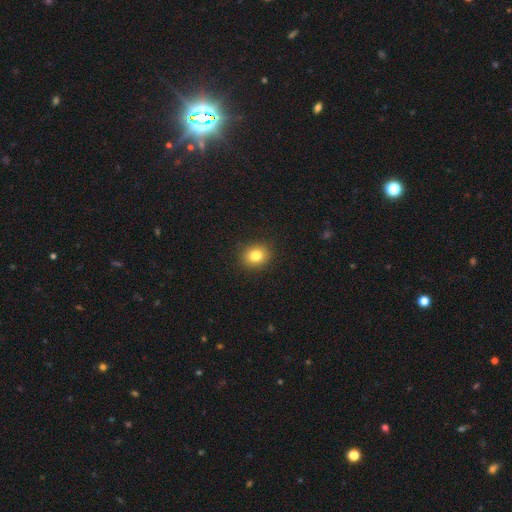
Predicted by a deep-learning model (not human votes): Smooth or featured? Predicted: smooth (p=0.82). How rounded? Predicted: round (p=0.67). Merging? Predicted: none (p=0.91).